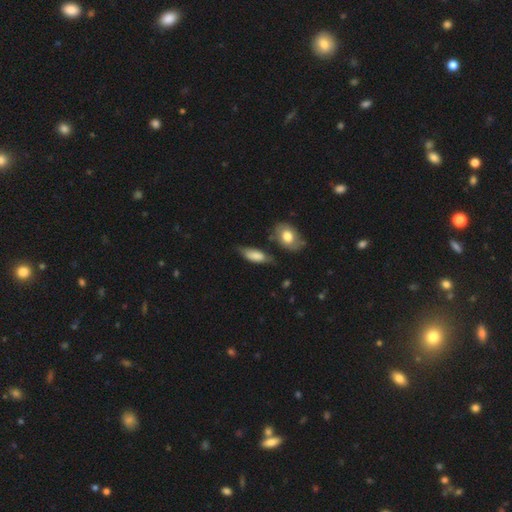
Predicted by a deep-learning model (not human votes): smooth_or_featured: smooth (p=0.73) [alt: featured or disk p=0.20]
how_rounded: in between (p=0.72) [alt: cigar-shaped p=0.25]
merging: none (p=0.59) [alt: minor disturbance p=0.27]